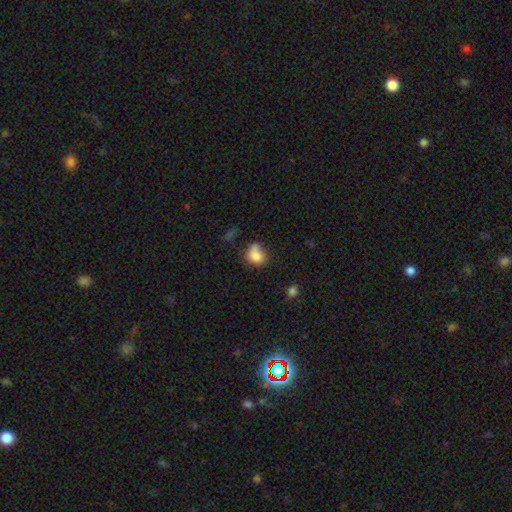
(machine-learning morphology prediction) A smooth galaxy with no disk features (77%) that is round (52%). Merging: none (38%).